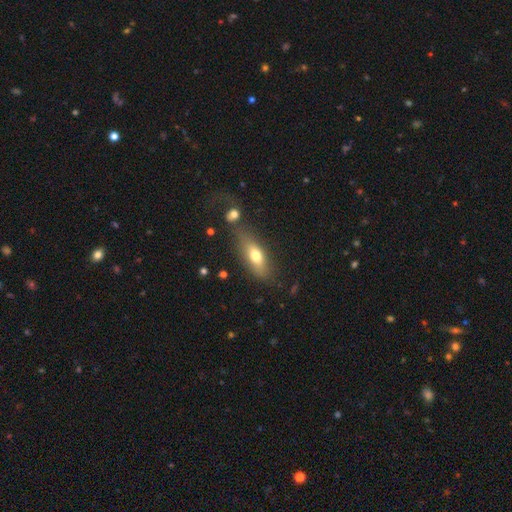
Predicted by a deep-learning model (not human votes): Morphology: type=smooth (67%); roundness=in between (67%); merging=none (67%).